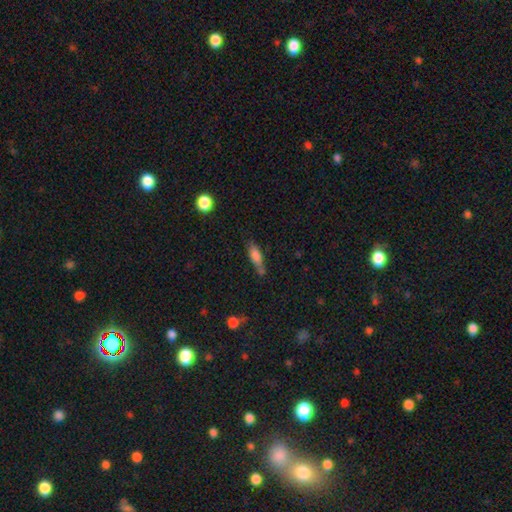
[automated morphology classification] A smooth galaxy with no disk features (75%) that is cigar-shaped (50%).

Vote fractions:
- Smooth or featured? smooth: 75% / featured or disk: 16% / star or artifact: 9%
- How rounded? cigar-shaped: 50% / in between: 47% / round: 3%
- Merging? none: 51% / minor disturbance: 25% / merger: 16% / major disturbance: 8%